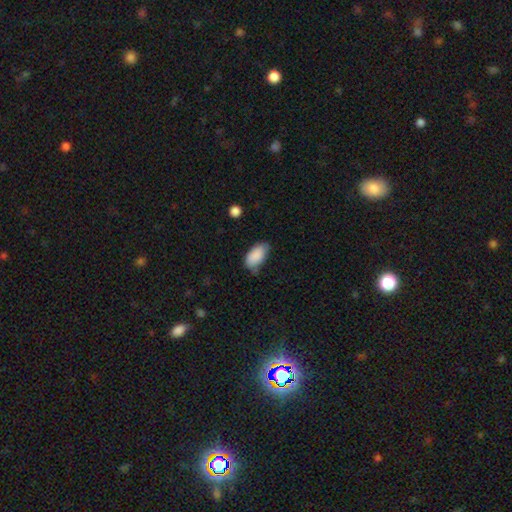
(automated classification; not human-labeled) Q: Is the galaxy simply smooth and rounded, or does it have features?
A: smooth — 88%.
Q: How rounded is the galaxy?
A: in between — 94%.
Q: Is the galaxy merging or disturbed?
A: none — 57%.